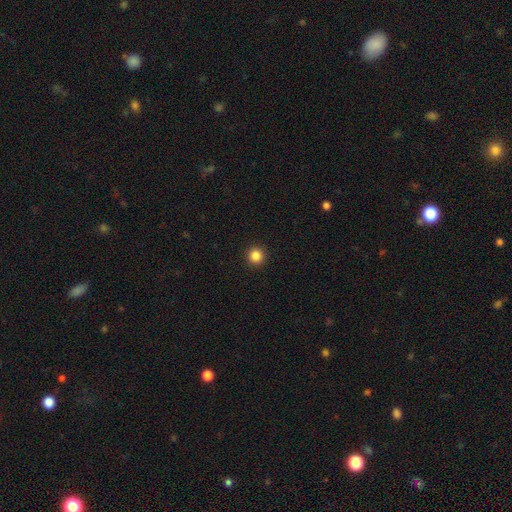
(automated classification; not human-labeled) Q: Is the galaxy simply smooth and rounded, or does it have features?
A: smooth — 86%.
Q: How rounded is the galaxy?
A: round — 95%.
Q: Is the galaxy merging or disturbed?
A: none — 94%.